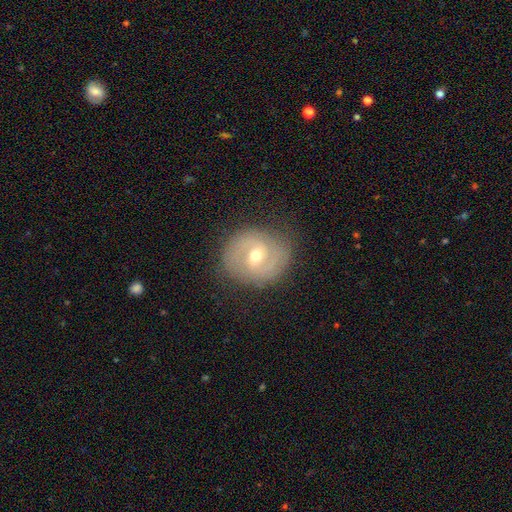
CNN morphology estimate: Smooth or featured? Predicted: featured or disk (p=0.72). Edge-on disk? Predicted: no (p=0.97). Bar? Predicted: weak (p=0.53). Spiral arms? Predicted: yes (p=0.83). Spiral winding? Predicted: tight (p=0.48). Spiral arm count? Predicted: 2 (p=0.75). Bulge size? Predicted: moderate (p=0.53). Merging? Predicted: none (p=0.81).